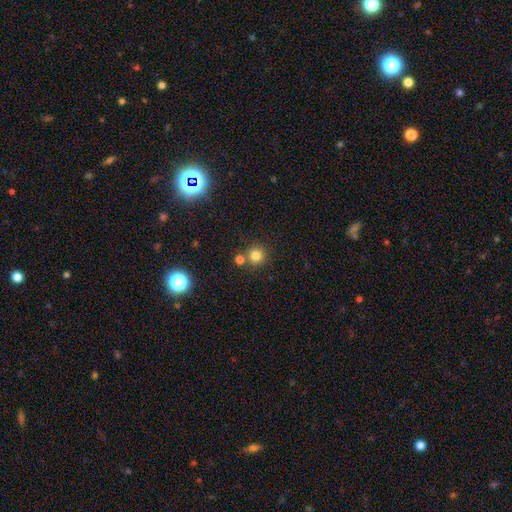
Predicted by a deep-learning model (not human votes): smooth_or_featured: smooth (p=0.79) [alt: star or artifact p=0.15]
how_rounded: round (p=0.94) [alt: in between p=0.06]
merging: none (p=0.72) [alt: merger p=0.18]